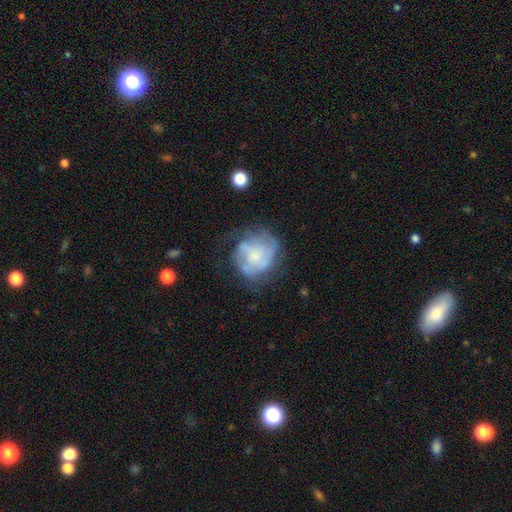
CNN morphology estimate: Smooth or featured? featured or disk (60%)
Edge-on disk? no (98%)
Bar? no (77%)
Spiral arms? yes (68%)
Bulge size? small (50%)
Merging? none (53%)